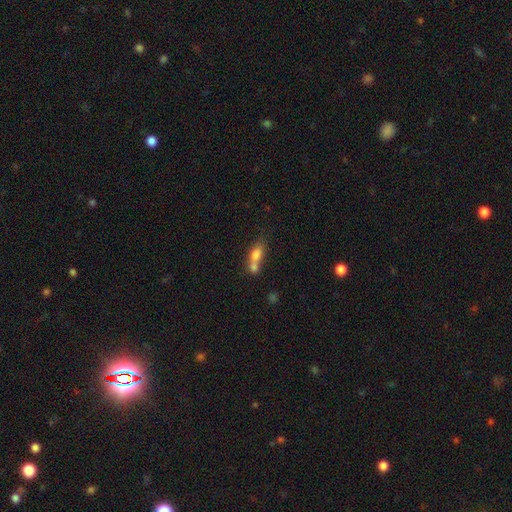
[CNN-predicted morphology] This appears to be a smooth galaxy with no disk features (71%) that is in between round and cigar-shaped (67%). Merging: merger (62%).